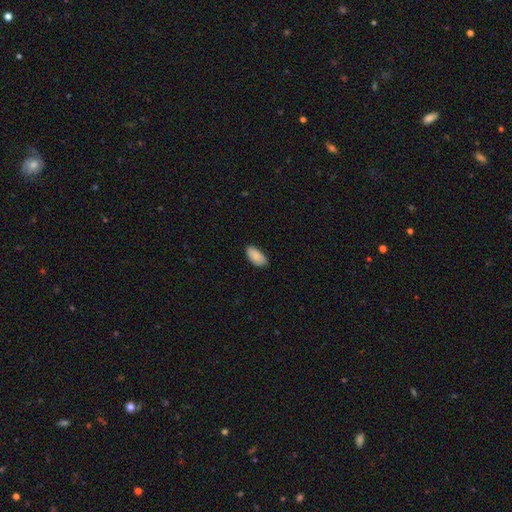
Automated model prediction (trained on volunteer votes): smooth 89%, star or artifact 6%, featured or disk 5%. Down the decision tree: how rounded — in between (93%); merging — none (82%).